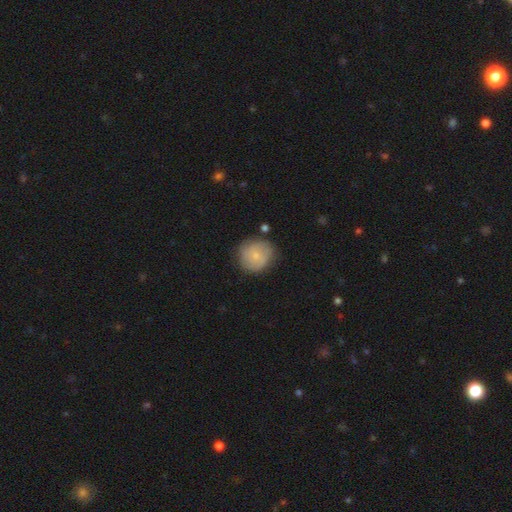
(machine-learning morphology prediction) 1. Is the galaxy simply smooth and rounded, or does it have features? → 68% smooth, 25% featured or disk, 7% star or artifact.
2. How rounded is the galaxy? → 89% round, 10% in between, 1% cigar-shaped.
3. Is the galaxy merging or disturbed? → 73% none, 19% minor disturbance, 5% major disturbance, 3% merger.